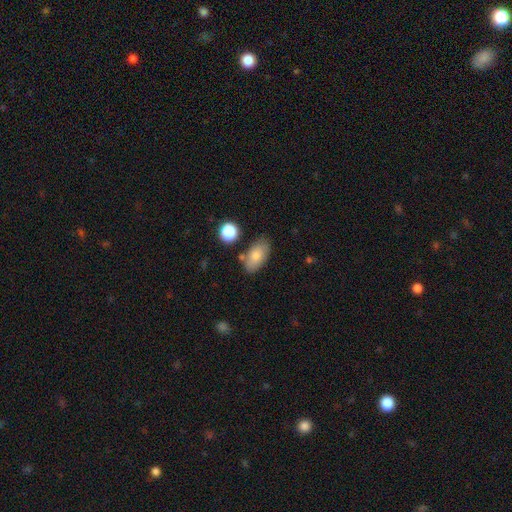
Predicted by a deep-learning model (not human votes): A smooth galaxy with no disk features (81%) that is in between round and cigar-shaped (92%).

Vote fractions:
- Smooth or featured? smooth: 81% / featured or disk: 12% / star or artifact: 7%
- How rounded? in between: 92% / round: 5% / cigar-shaped: 3%
- Merging? none: 74% / minor disturbance: 16% / merger: 7% / major disturbance: 4%